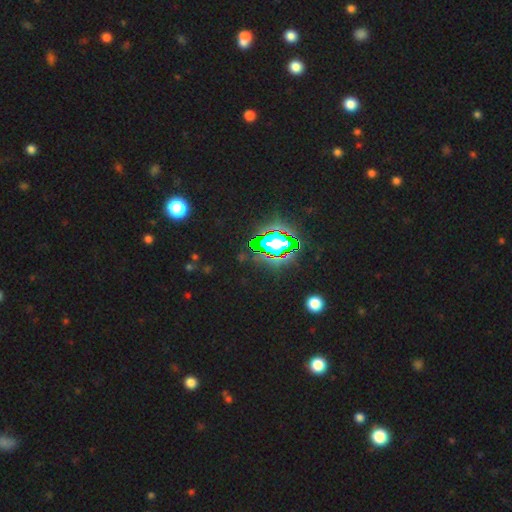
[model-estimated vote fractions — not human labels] smooth_or_featured: star or artifact (p=0.83) [alt: smooth p=0.11]